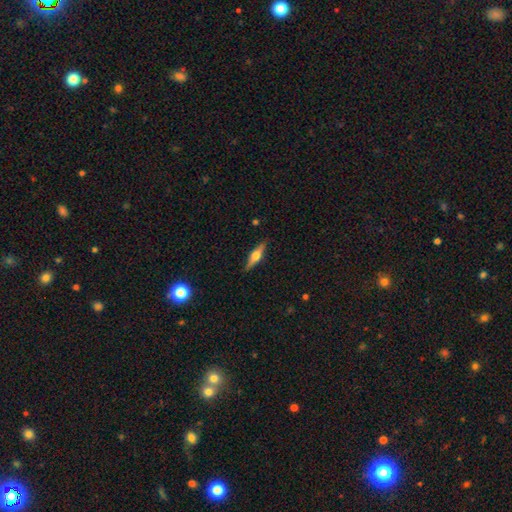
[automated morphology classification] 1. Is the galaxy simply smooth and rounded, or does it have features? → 62% featured or disk, 31% smooth, 6% star or artifact.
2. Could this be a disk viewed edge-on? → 96% yes, 4% no.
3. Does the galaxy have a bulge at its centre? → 93% rounded, 5% boxy, 2% none.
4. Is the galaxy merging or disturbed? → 88% none, 9% minor disturbance, 2% major disturbance, 1% merger.